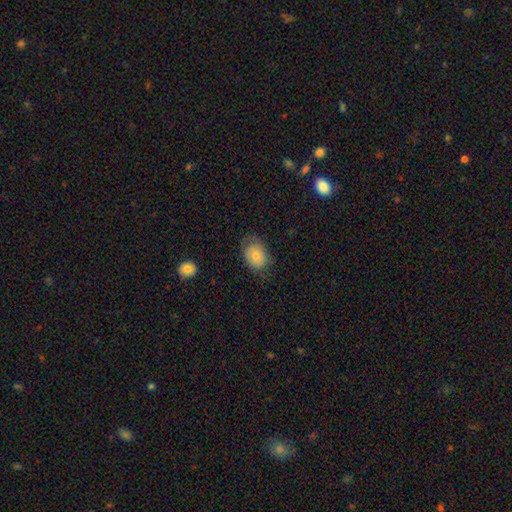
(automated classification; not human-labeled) smooth-or-featured: smooth: 70% | featured or disk: 22% | star or artifact: 9%
  how-rounded: in between: 69% | round: 30% | cigar-shaped: 1%
  merging: none: 63% | minor disturbance: 25% | major disturbance: 11% | merger: 1%